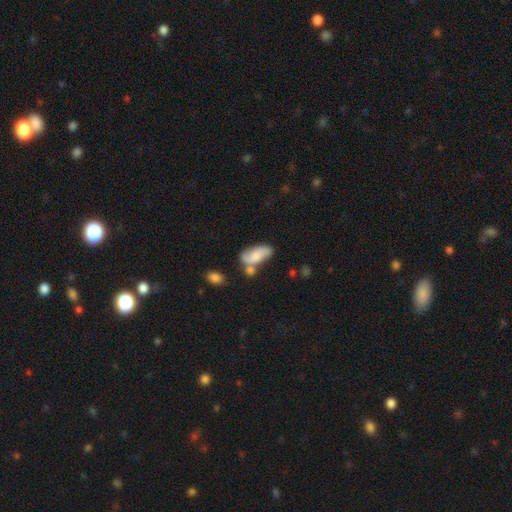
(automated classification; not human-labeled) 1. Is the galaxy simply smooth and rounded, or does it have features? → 53% smooth, 39% featured or disk, 8% star or artifact.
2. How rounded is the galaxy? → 89% in between, 8% cigar-shaped, 3% round.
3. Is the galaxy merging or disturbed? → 41% none, 29% merger, 21% minor disturbance, 9% major disturbance.